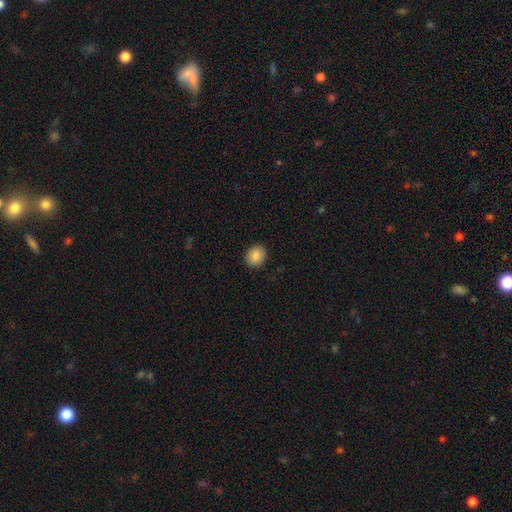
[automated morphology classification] The model was most divided on "how rounded": round: 72%, in between: 27%, cigar-shaped: 1%. More confident: merging — none (91%); smooth or featured — smooth (87%).